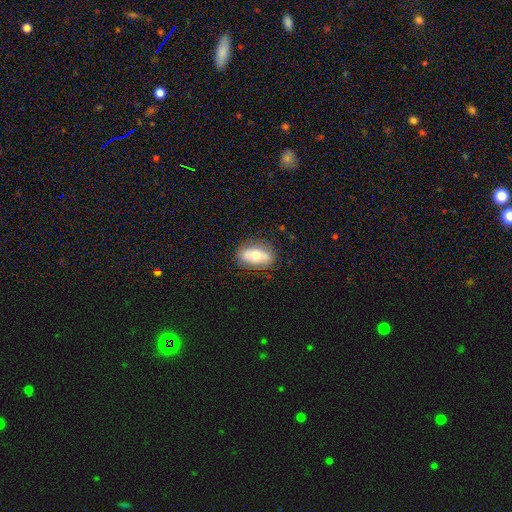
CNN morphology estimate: Overall: smooth (54%; featured or disk 38%). How rounded: in between (87%). Merging: none (79%).